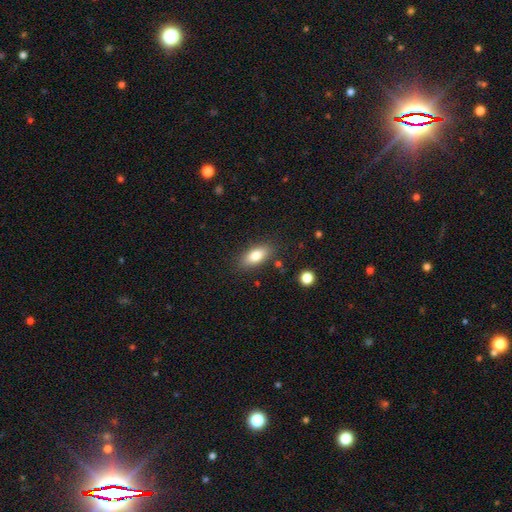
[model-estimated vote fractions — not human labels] The model was most divided on "smooth or featured": smooth: 80%, featured or disk: 13%, star or artifact: 7%. More confident: how rounded — in between (85%); merging — none (84%).